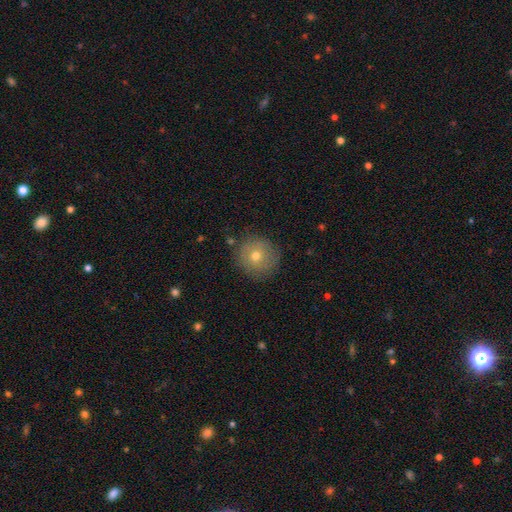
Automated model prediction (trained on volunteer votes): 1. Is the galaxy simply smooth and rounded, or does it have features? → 66% smooth, 23% featured or disk, 11% star or artifact.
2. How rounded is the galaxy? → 94% round, 5% in between, 1% cigar-shaped.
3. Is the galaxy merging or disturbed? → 83% none, 12% minor disturbance, 3% major disturbance, 1% merger.